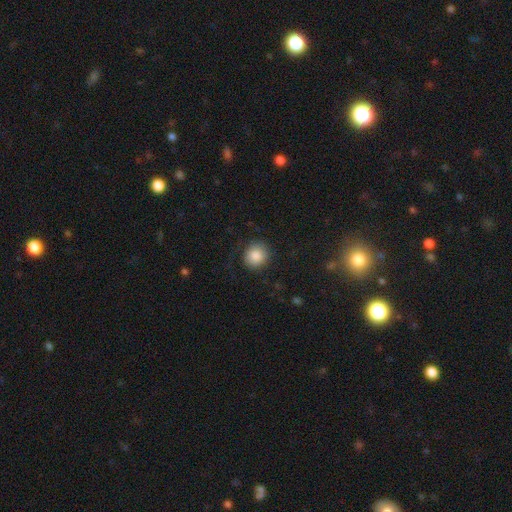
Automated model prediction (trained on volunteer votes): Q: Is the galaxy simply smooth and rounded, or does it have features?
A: smooth — 86%.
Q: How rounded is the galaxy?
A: round — 88%.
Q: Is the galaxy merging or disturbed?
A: none — 84%.